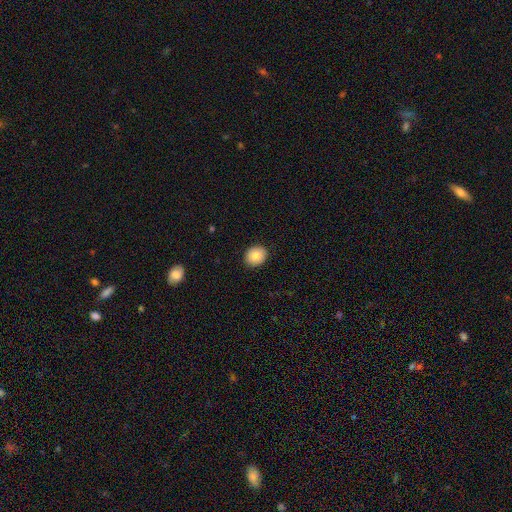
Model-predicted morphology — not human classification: A smooth galaxy with no disk features (84%) that is round (62%). Merging: none (90%).